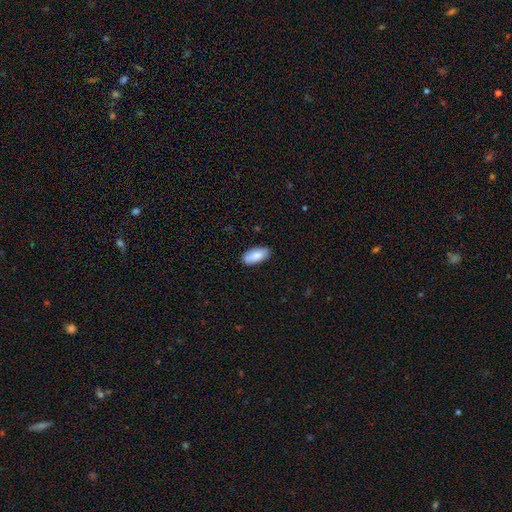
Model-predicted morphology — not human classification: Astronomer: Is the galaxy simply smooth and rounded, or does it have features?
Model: smooth — 85%.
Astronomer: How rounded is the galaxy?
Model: in between — 90%.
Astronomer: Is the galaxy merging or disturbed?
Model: none — 87%.